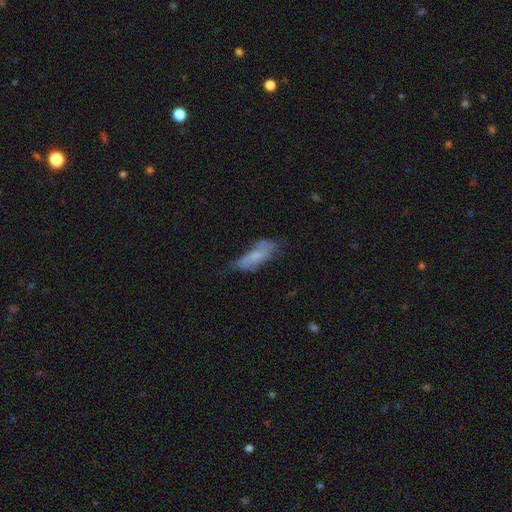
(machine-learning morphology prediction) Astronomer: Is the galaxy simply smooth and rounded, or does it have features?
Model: smooth — 51% (runner-up: featured or disk, 40%).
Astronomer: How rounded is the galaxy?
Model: in between — 65%.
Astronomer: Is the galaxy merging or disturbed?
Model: none — 42% (runner-up: minor disturbance, 33%).